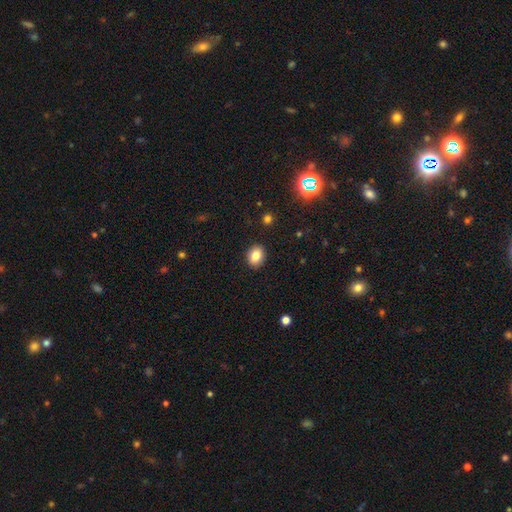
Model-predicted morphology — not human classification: smooth 83%, star or artifact 10%, featured or disk 7%. Down the decision tree: how rounded — in between (51%); merging — none (91%).